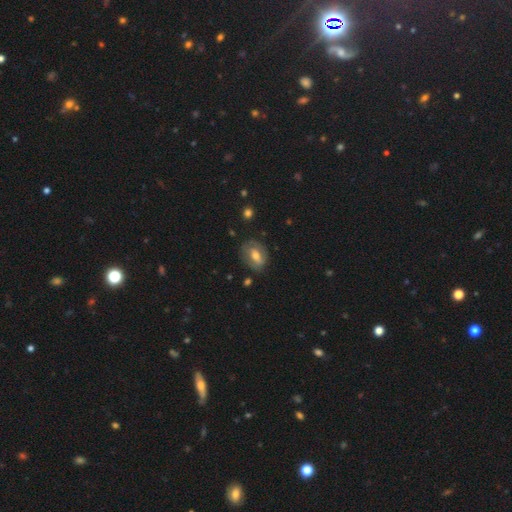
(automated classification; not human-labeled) A smooth galaxy with no disk features (48%).

Vote fractions:
- Smooth or featured? smooth: 48% / featured or disk: 44% / star or artifact: 7%
- Merging? none: 71% / minor disturbance: 20% / major disturbance: 8% / merger: 2%